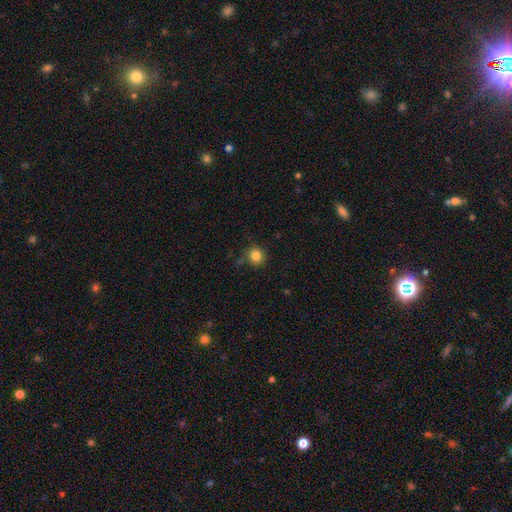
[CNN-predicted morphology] smooth 84%, star or artifact 12%, featured or disk 5%. Down the decision tree: how rounded — round (89%); merging — none (80%).